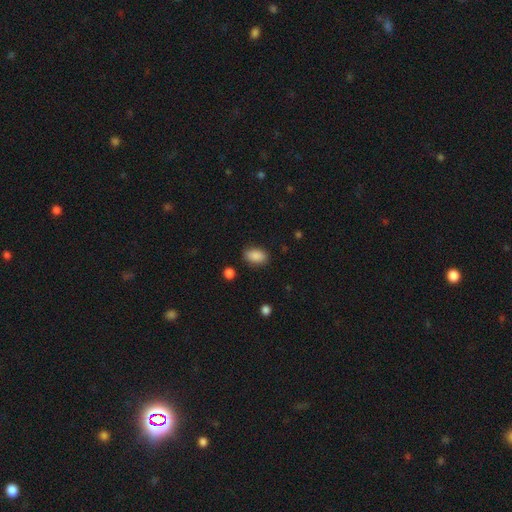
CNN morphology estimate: Smooth or featured? Predicted: smooth (p=0.88). How rounded? Predicted: in between (p=0.89). Merging? Predicted: none (p=0.84).